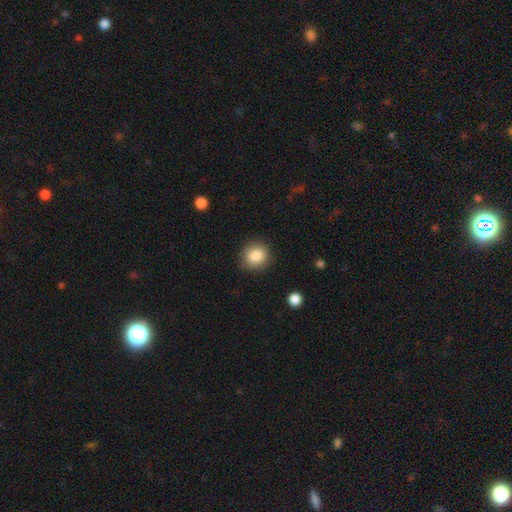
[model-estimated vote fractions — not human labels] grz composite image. It shows a smooth galaxy with no disk features (85%) that is round (89%). Merging: none (87%).